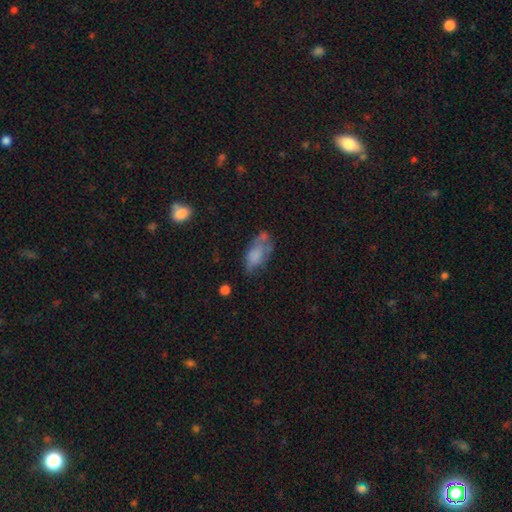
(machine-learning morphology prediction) Smooth or featured: smooth — 63% (featured or disk — 28%)
How rounded: in between — 90% (cigar-shaped — 6%)
Merging: none — 39% (minor disturbance — 31%)